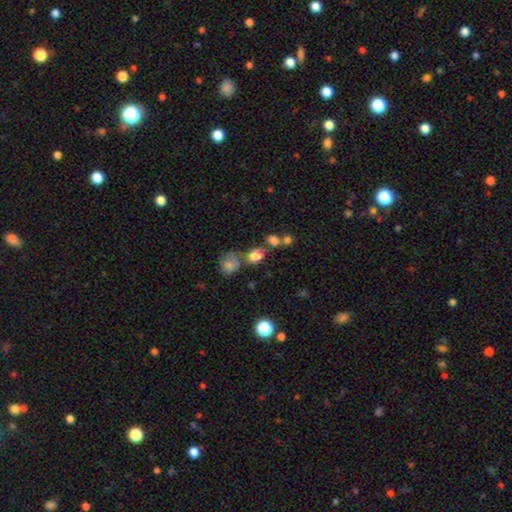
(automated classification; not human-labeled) Morphology: type=smooth (79%); roundness=in between (54%); merging=none (57%).